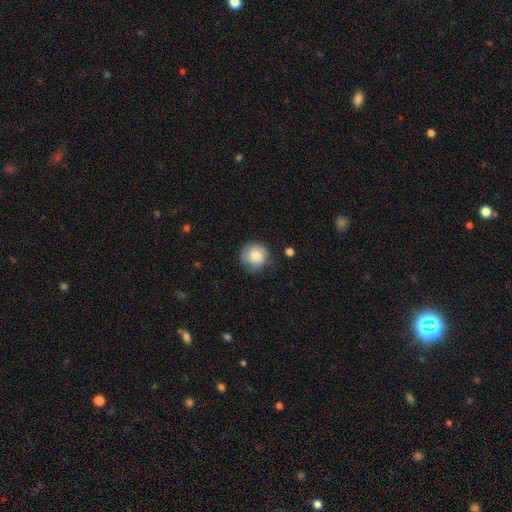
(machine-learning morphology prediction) type=smooth (80%); roundness=round (92%); merging=none (73%).